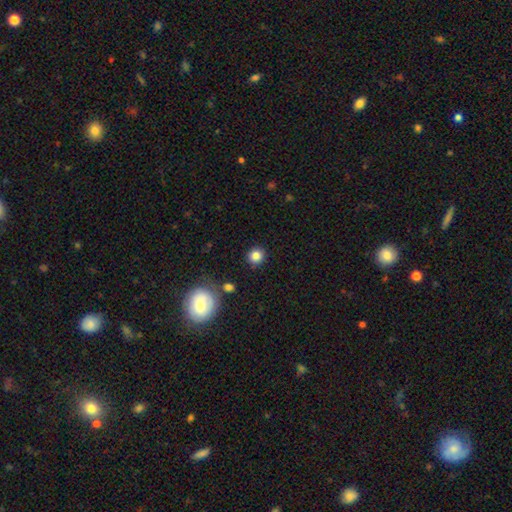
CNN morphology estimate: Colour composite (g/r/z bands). It shows a smooth galaxy with no disk features (83%) that is round (90%). Merging: none (89%).